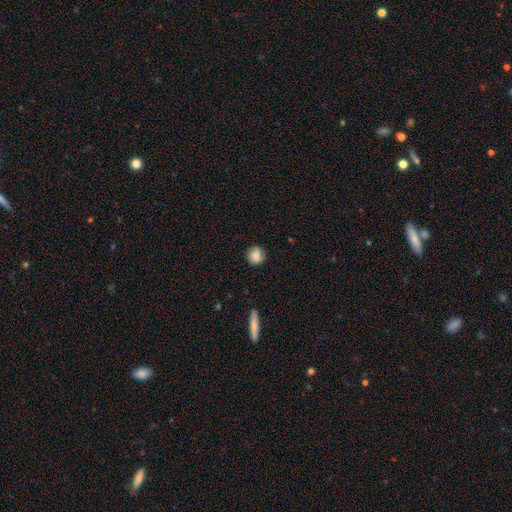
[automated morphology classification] A smooth galaxy with no disk features (79%) that is round (84%).

Vote fractions:
- Smooth or featured? smooth: 79% / featured or disk: 12% / star or artifact: 9%
- How rounded? round: 84% / in between: 15% / cigar-shaped: 1%
- Merging? none: 79% / minor disturbance: 16% / major disturbance: 4% / merger: 2%